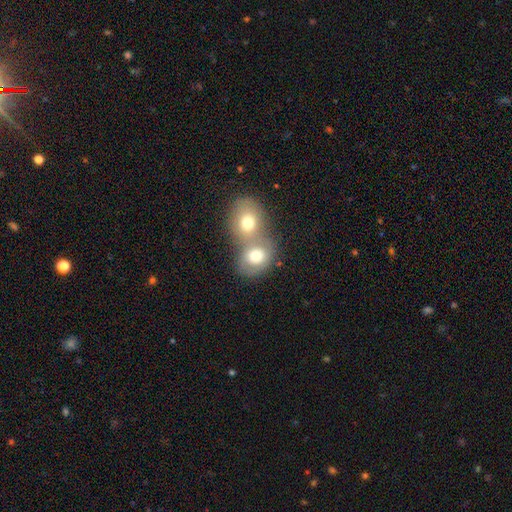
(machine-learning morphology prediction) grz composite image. It shows a smooth galaxy with no disk features (70%) that is round (53%). Merging: merger (66%).